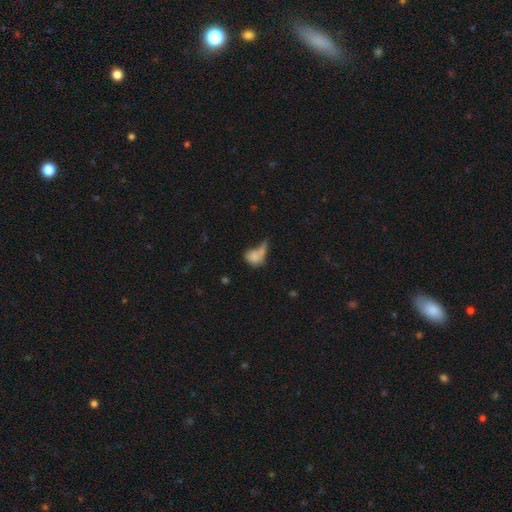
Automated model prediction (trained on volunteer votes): smooth-or-featured: smooth: 73% | featured or disk: 17% | star or artifact: 10%
  how-rounded: in between: 58% | round: 37% | cigar-shaped: 4%
  merging: merger: 35% | none: 25% | major disturbance: 24% | minor disturbance: 16%